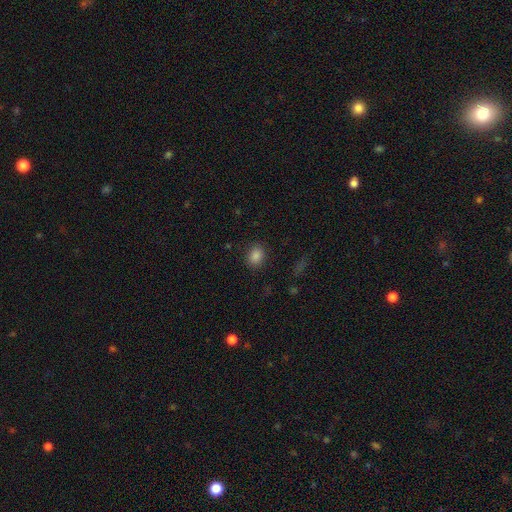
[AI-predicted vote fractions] smooth_or_featured: smooth (p=0.85) [alt: star or artifact p=0.11]
how_rounded: in between (p=0.55) [alt: round p=0.44]
merging: none (p=0.88) [alt: minor disturbance p=0.08]